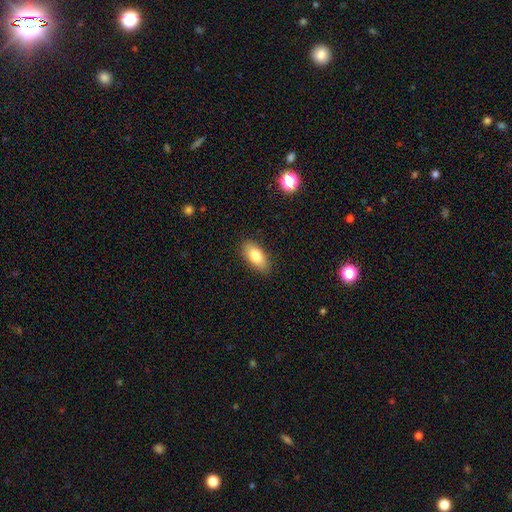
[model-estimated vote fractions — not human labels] A smooth galaxy with no disk features (79%) that is in between round and cigar-shaped (88%).

Vote fractions:
- Smooth or featured? smooth: 79% / featured or disk: 13% / star or artifact: 7%
- How rounded? in between: 88% / cigar-shaped: 9% / round: 4%
- Merging? none: 87% / minor disturbance: 9% / major disturbance: 2% / merger: 1%